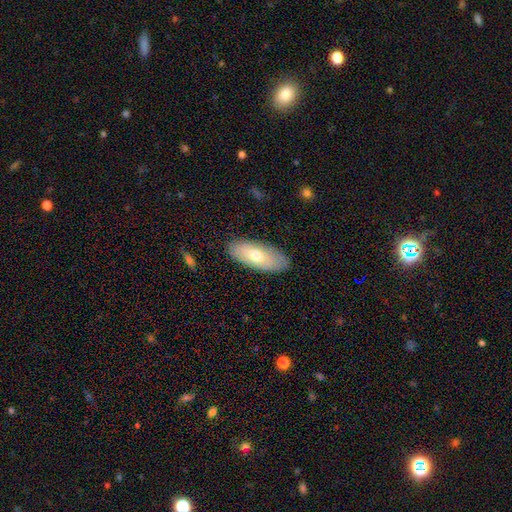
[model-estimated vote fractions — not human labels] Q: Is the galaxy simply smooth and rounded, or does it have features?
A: smooth — 64%.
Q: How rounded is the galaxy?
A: in between — 84%.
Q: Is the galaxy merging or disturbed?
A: none — 85%.